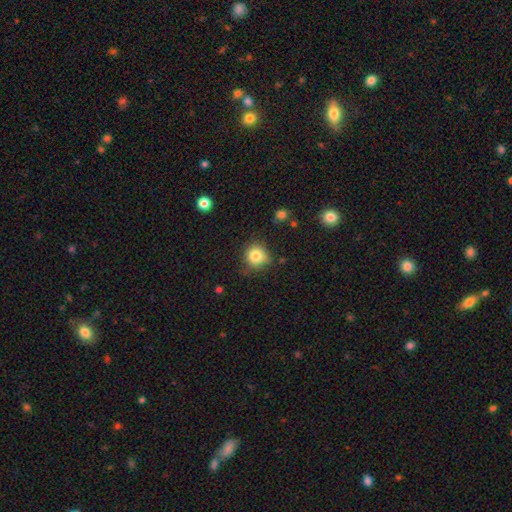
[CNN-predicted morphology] smooth 81%, star or artifact 11%, featured or disk 7%. Down the decision tree: how rounded — round (87%); merging — none (71%).